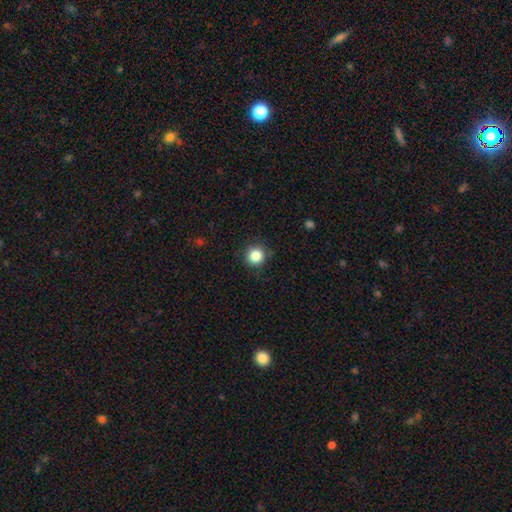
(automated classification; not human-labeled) Overall: smooth (85%). How rounded: round (93%). Merging: none (88%).